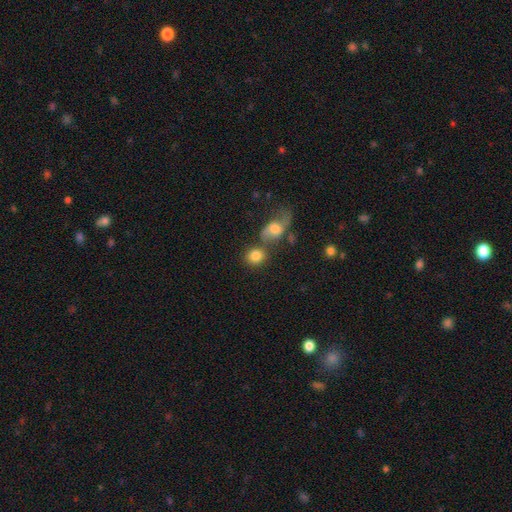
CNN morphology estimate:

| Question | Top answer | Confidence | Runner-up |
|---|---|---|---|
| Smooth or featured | smooth | 81% | featured or disk (11%) |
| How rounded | round | 77% | in between (22%) |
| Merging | none | 55% | merger (29%) |